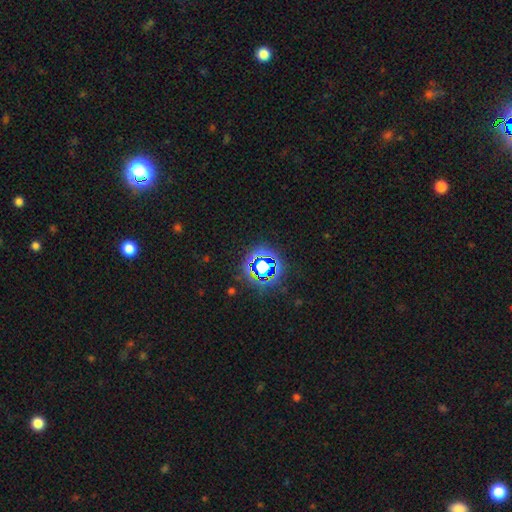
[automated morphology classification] The model was most divided on "smooth or featured": star or artifact: 77%, smooth: 16%, featured or disk: 7%.